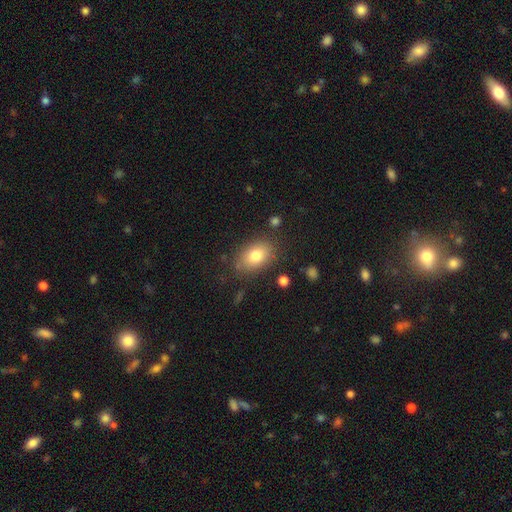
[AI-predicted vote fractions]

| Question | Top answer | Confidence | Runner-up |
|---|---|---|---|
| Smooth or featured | smooth | 79% | featured or disk (12%) |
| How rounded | in between | 82% | round (16%) |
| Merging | none | 79% | minor disturbance (14%) |